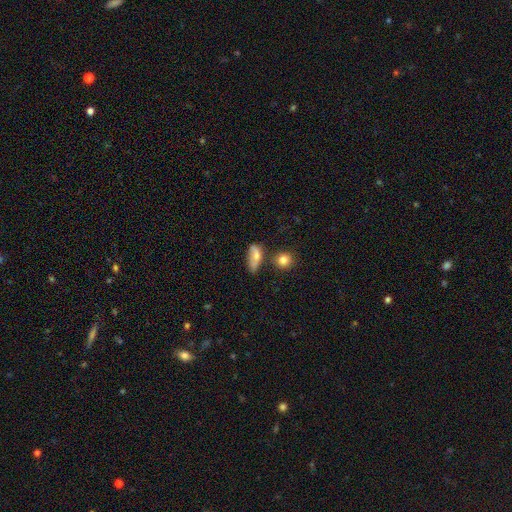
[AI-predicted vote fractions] A smooth galaxy with no disk features (68%) that is in between round and cigar-shaped (75%). Merging: none (41%).